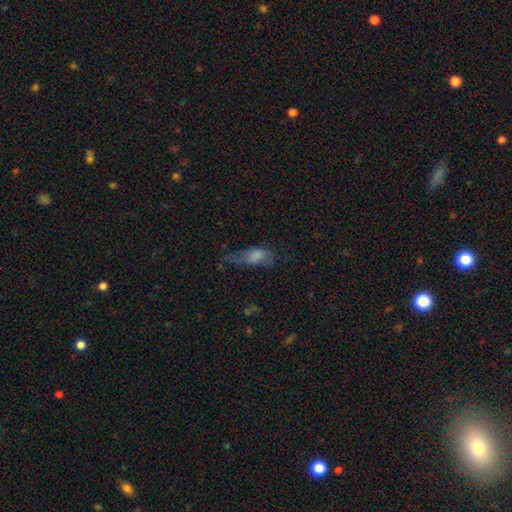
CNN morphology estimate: Smooth or featured?
  - smooth: 63% *
  - featured or disk: 22%
  - star or artifact: 15%
How rounded?
  - in between: 66% *
  - cigar-shaped: 29%
  - round: 5%
Merging?
  - none: 37% *
  - major disturbance: 30%
  - minor disturbance: 30%
  - merger: 4%